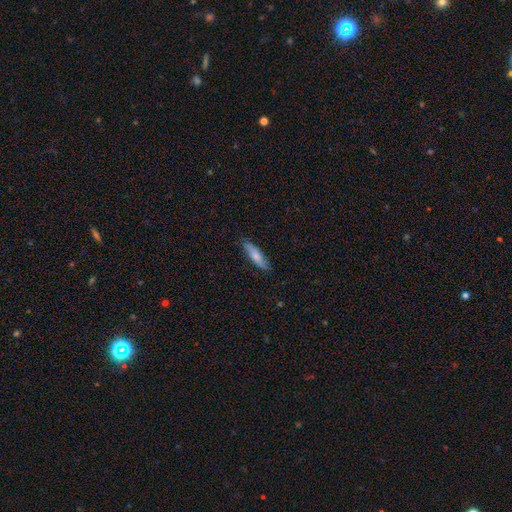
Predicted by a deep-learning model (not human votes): Smooth or featured?
  - smooth: 75% *
  - featured or disk: 20%
  - star or artifact: 5%
How rounded?
  - cigar-shaped: 71% *
  - in between: 28%
  - round: 2%
Merging?
  - none: 84% *
  - minor disturbance: 13%
  - major disturbance: 2%
  - merger: 1%